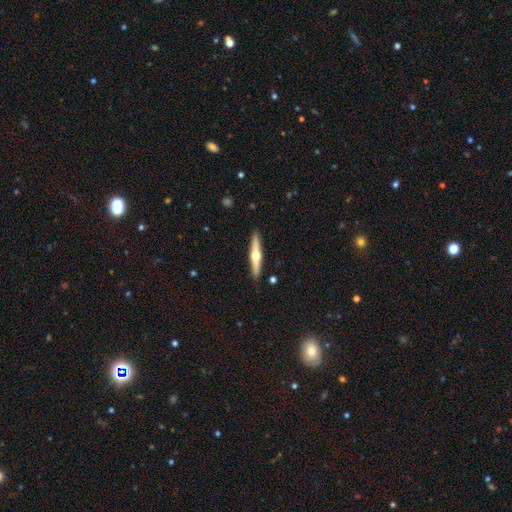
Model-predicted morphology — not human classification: Overall: featured or disk (68%). Edge-on disk: yes (97%). Edge-on bulge: rounded (95%). Merging: none (91%).